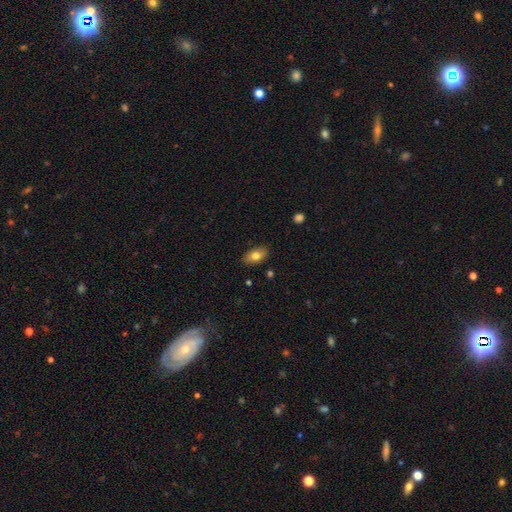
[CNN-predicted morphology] Smooth or featured? smooth (78%)
How rounded? in between (92%)
Merging? none (86%)